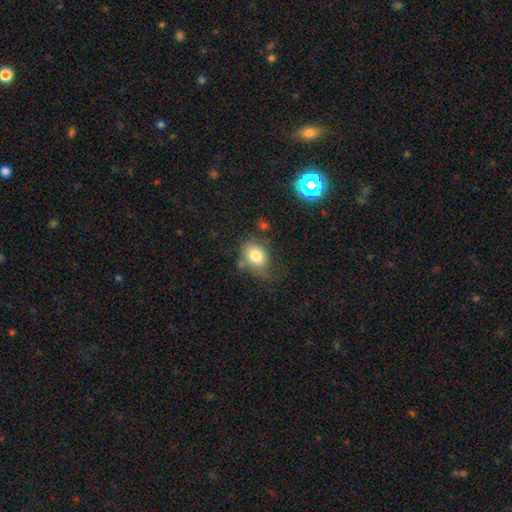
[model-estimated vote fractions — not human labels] smooth_or_featured: smooth (p=0.79) [alt: featured or disk p=0.12]
how_rounded: in between (p=0.65) [alt: round p=0.34]
merging: none (p=0.55) [alt: minor disturbance p=0.27]